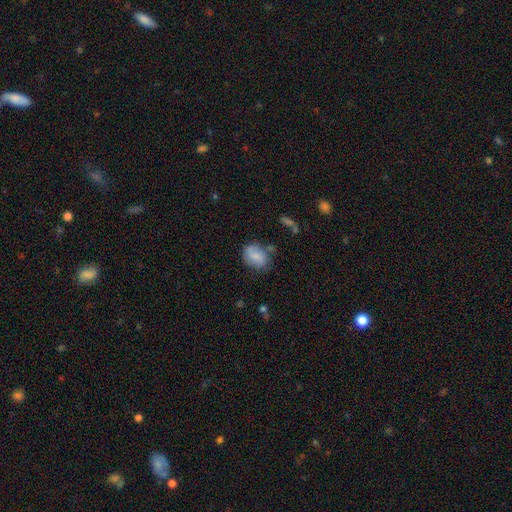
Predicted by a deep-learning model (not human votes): Q: Smooth or featured?
A: smooth (76%); runner-up: featured or disk (16%)
Q: How rounded?
A: in between (66%); runner-up: round (33%)
Q: Merging?
A: none (57%); runner-up: minor disturbance (25%)